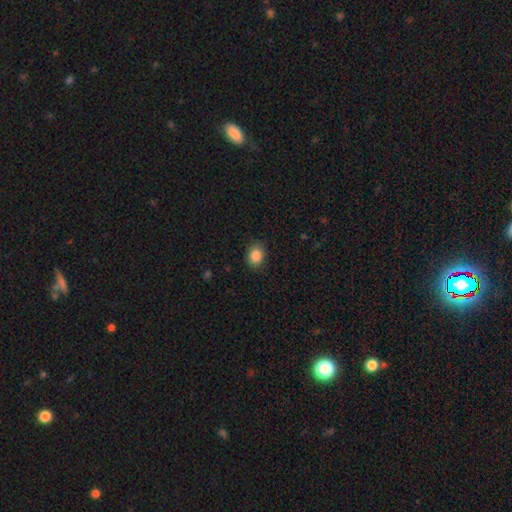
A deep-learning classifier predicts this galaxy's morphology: The model was most divided on "how rounded": round: 52%, in between: 47%, cigar-shaped: 1%. More confident: smooth or featured — smooth (87%); merging — none (85%).